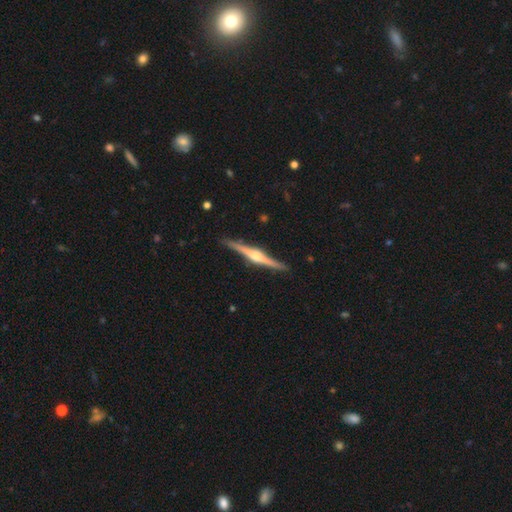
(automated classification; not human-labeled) A featured or disk galaxy (81%) viewed edge-on (98%) with a rounded central bulge (88%).

Vote fractions:
- Smooth or featured? featured or disk: 81% / smooth: 14% / star or artifact: 5%
- Edge-on disk? yes: 98% / no: 2%
- Edge-on bulge? rounded: 88% / boxy: 7% / none: 5%
- Merging? none: 90% / minor disturbance: 8% / major disturbance: 1% / merger: 1%